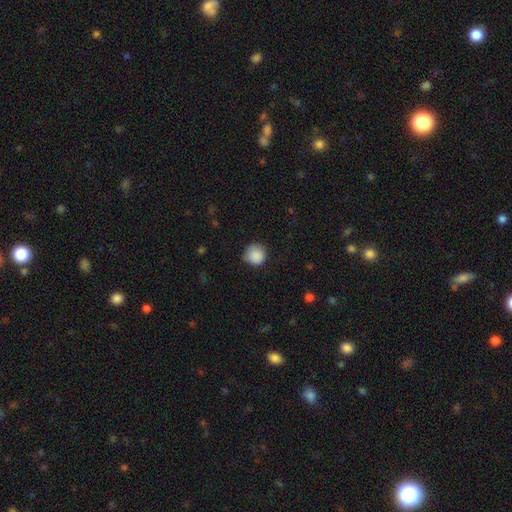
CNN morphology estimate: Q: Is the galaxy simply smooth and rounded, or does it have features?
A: smooth — 88%.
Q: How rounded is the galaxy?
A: round — 93%.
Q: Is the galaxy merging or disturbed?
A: none — 75%.